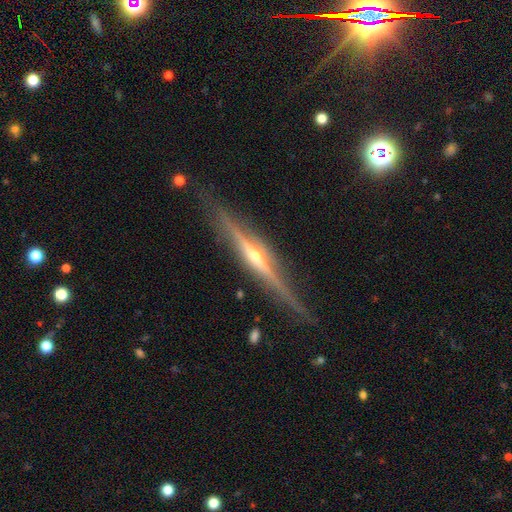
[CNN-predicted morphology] Q: Smooth or featured?
A: featured or disk (86%); runner-up: smooth (9%)
Q: Edge-on disk?
A: yes (98%); runner-up: no (2%)
Q: Edge-on bulge?
A: rounded (85%); runner-up: none (9%)
Q: Merging?
A: none (86%); runner-up: minor disturbance (10%)